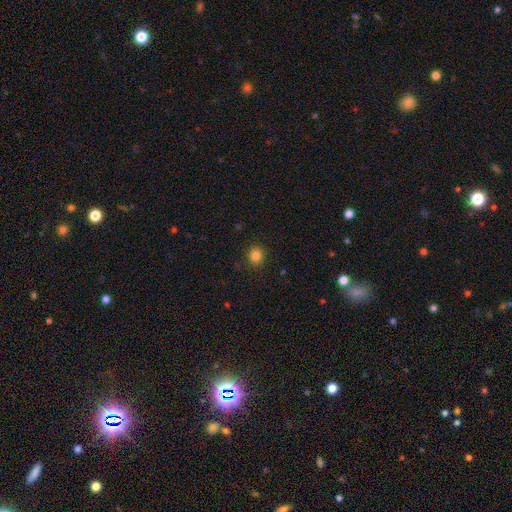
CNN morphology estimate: Smooth or featured? Predicted: smooth (p=0.83). How rounded? Predicted: round (p=0.85). Merging? Predicted: none (p=0.90).